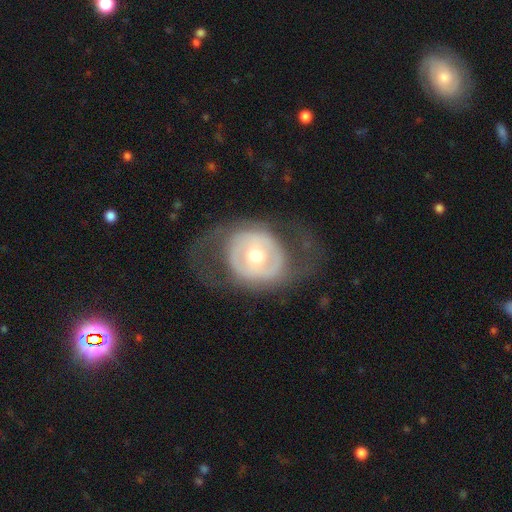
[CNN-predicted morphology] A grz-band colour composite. It shows a featured or disk galaxy (67%) with no bar (64%), no spiral arms (63%) and a moderate central bulge (67%). Merging: none (63%).